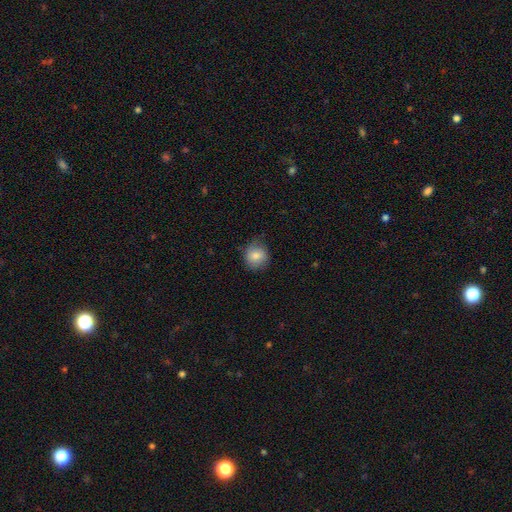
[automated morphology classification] Overall: smooth (78%). How rounded: round (83%). Merging: none (70%).